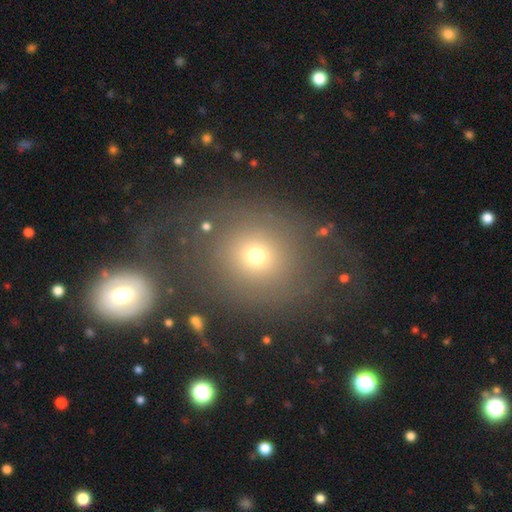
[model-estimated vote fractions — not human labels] Q: Smooth or featured?
A: smooth (58%); runner-up: featured or disk (24%)
Q: How rounded?
A: round (81%); runner-up: in between (17%)
Q: Merging?
A: none (62%); runner-up: major disturbance (17%)